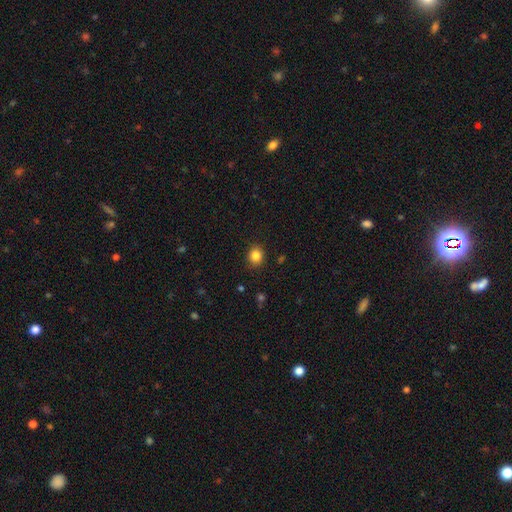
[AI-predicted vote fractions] This appears to be a smooth galaxy with no disk features (85%) that is round (76%). Merging: none (89%).